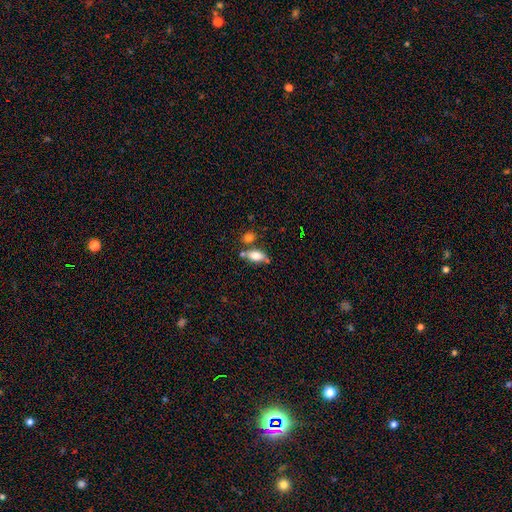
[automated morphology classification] type=smooth (78%); roundness=in between (85%); merging=none (63%).